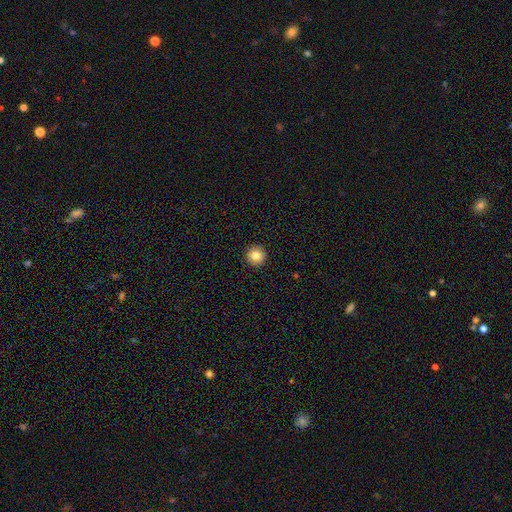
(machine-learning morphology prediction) Smooth or featured: smooth — 83% (star or artifact — 10%)
How rounded: round — 96% (in between — 3%)
Merging: none — 94% (minor disturbance — 4%)